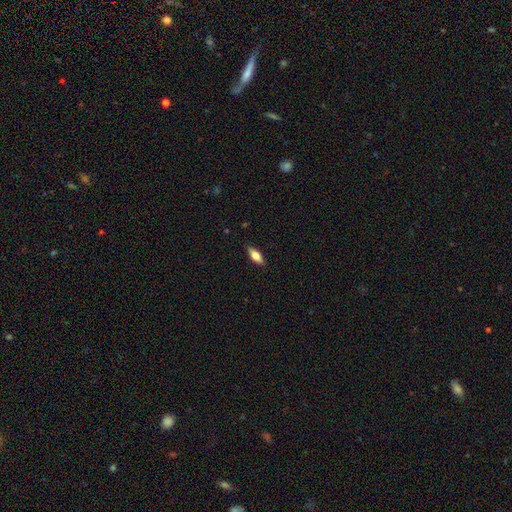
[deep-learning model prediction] This is likely a smooth galaxy (65%). How rounded: likely in between (70%). Merging: clearly none (87%).